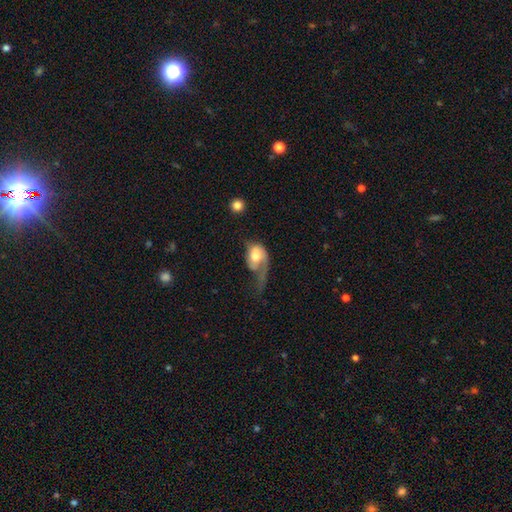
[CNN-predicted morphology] Smooth or featured? featured or disk (52%)
Edge-on disk? no (96%)
Merging? major disturbance (60%)